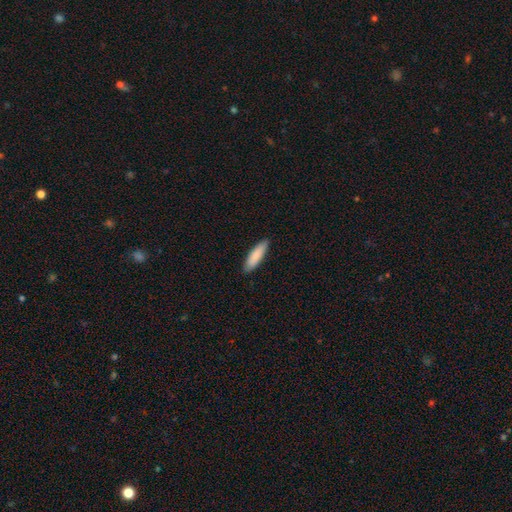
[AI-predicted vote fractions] This is clearly a smooth galaxy (87%). How rounded: likely cigar-shaped (64%). Merging: clearly none (89%).